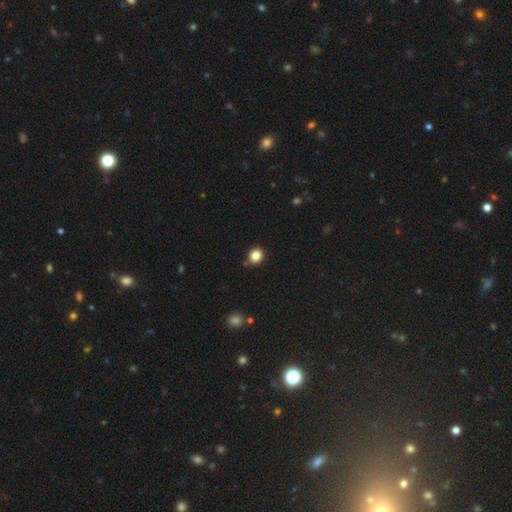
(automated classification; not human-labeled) Smooth or featured: smooth — 85% (star or artifact — 11%)
How rounded: round — 81% (in between — 18%)
Merging: none — 85% (minor disturbance — 9%)